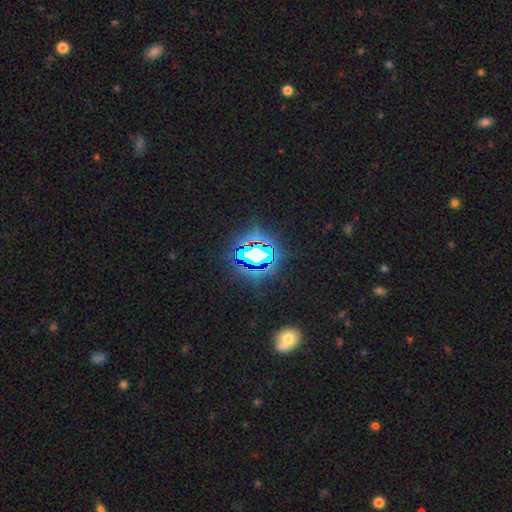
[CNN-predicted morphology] type=star or artifact (74%).